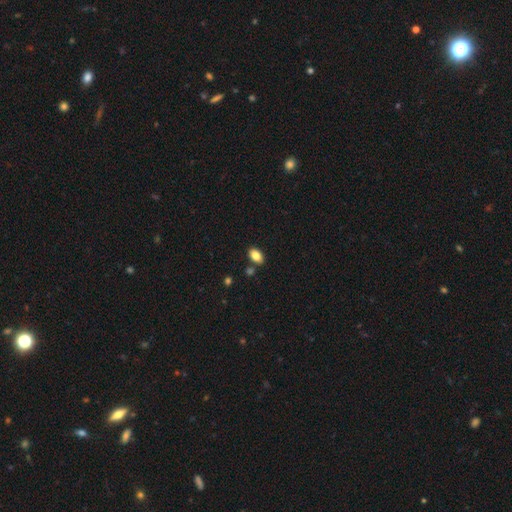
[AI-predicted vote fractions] smooth-or-featured: smooth: 84% | star or artifact: 8% | featured or disk: 8%
  how-rounded: in between: 90% | round: 8% | cigar-shaped: 2%
  merging: none: 81% | minor disturbance: 10% | merger: 6% | major disturbance: 2%